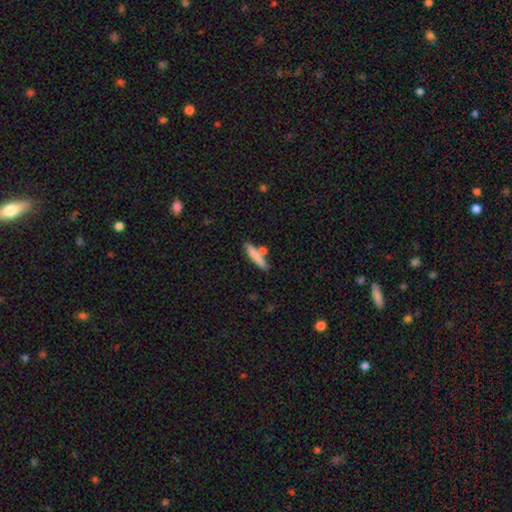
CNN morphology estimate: Smooth or featured? Predicted: smooth (p=0.76). How rounded? Predicted: cigar-shaped (p=0.87). Merging? Predicted: none (p=0.70).